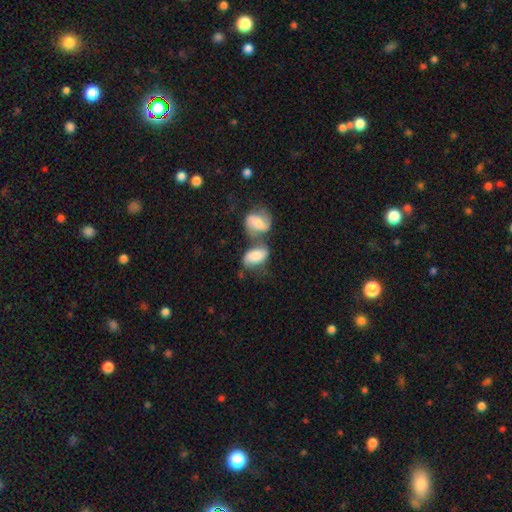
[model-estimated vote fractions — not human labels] Overall: smooth (67%). How rounded: in between (90%). Merging: merger (60%; none 22%).